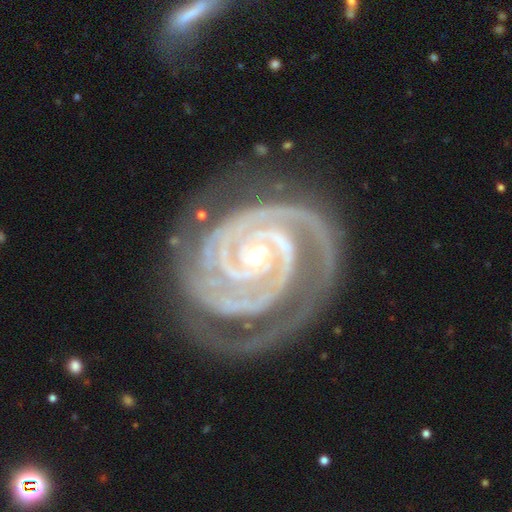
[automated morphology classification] featured or disk 94%, star or artifact 4%, smooth 2%. Down the decision tree: edge-on disk — no (98%); bar — no (53%); spiral arms — yes (99%); spiral arm count — 2 (59%); spiral winding — tight (85%); bulge size — small (68%); merging — none (71%).